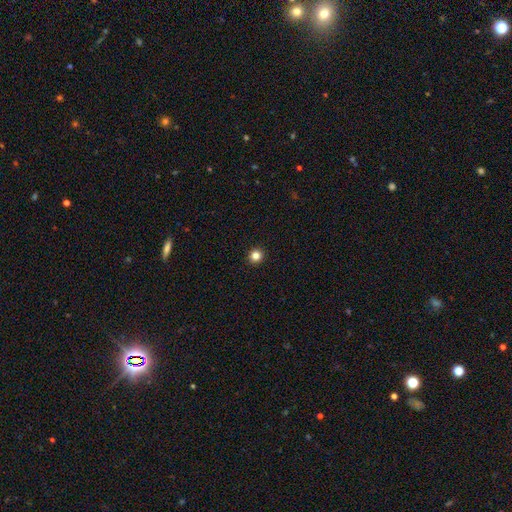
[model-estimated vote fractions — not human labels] This is clearly a smooth galaxy (83%). How rounded: clearly round (95%). Merging: clearly none (94%).